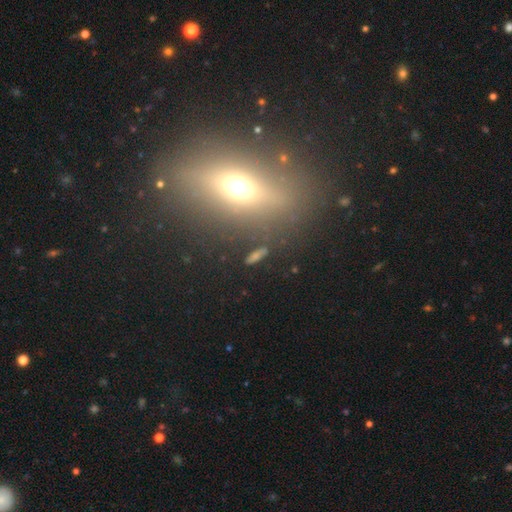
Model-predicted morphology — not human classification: Q: Smooth or featured?
A: smooth (40%); runner-up: featured or disk (39%)
Q: Merging?
A: none (80%); runner-up: minor disturbance (11%)